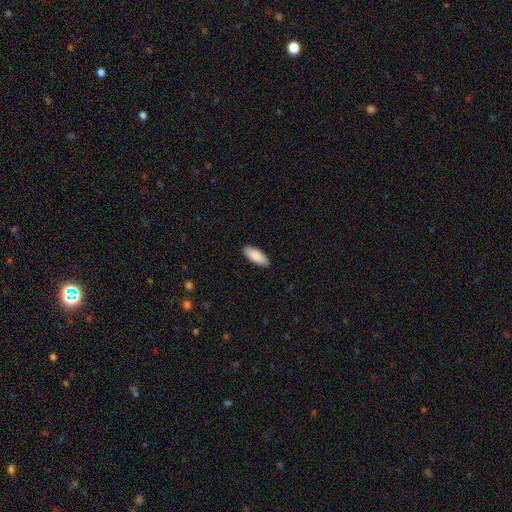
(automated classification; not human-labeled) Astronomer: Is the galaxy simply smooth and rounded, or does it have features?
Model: smooth — 89%.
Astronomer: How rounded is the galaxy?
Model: in between — 77%.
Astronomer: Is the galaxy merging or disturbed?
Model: none — 90%.